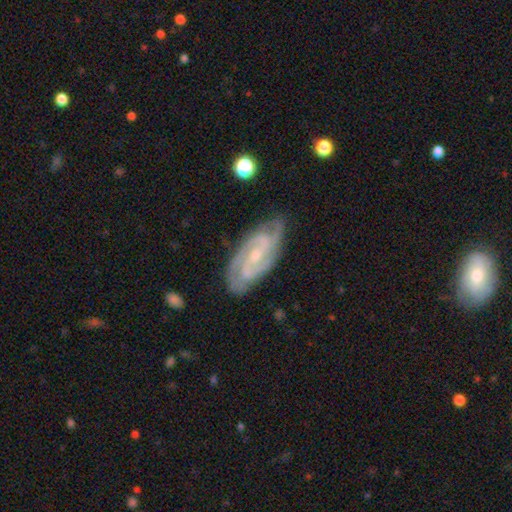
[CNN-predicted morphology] featured or disk 88%, smooth 6%, star or artifact 5%. Down the decision tree: edge-on disk — no (95%); bar — weak (46%); spiral arms — yes (98%); spiral arm count — 2 (51%); spiral winding — tight (54%); bulge size — small (69%); merging — none (79%).